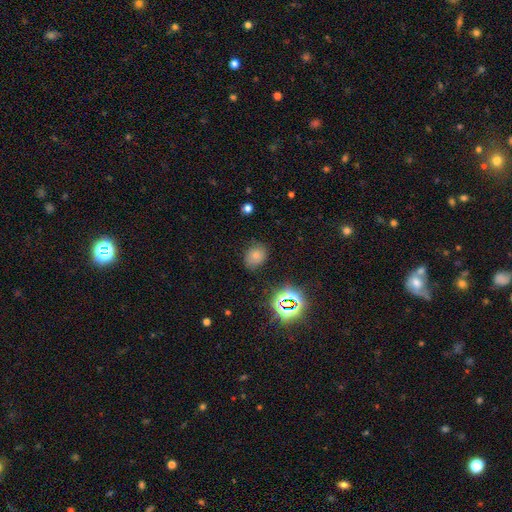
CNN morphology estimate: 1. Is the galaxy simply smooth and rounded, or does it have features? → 69% smooth, 22% star or artifact, 9% featured or disk.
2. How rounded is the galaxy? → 53% in between, 46% round, 1% cigar-shaped.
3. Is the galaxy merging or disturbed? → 72% none, 20% minor disturbance, 6% major disturbance, 2% merger.